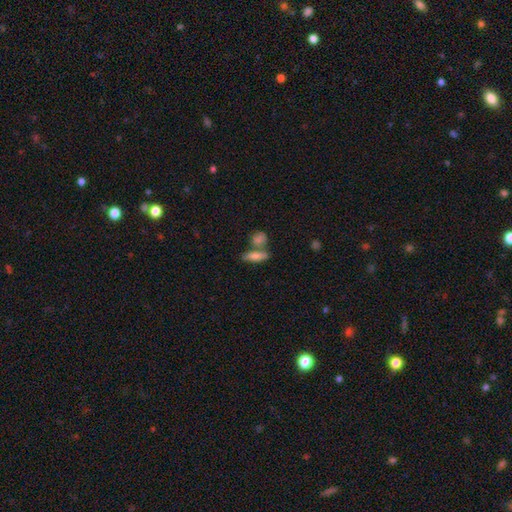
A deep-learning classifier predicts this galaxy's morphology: Smooth or featured? smooth (75%)
How rounded? in between (59%)
Merging? none (53%)